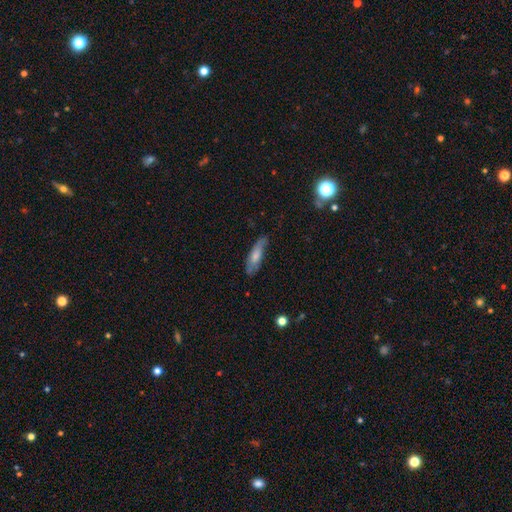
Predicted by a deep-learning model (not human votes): smooth_or_featured: smooth (p=0.68) [alt: featured or disk p=0.26]
how_rounded: cigar-shaped (p=0.54) [alt: in between p=0.44]
merging: none (p=0.66) [alt: minor disturbance p=0.26]